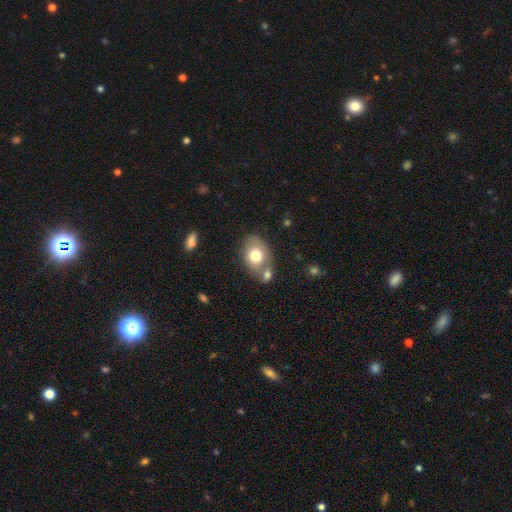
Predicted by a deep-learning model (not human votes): Smooth or featured: smooth — 74% (featured or disk — 18%)
How rounded: in between — 67% (round — 32%)
Merging: none — 50% (merger — 30%)